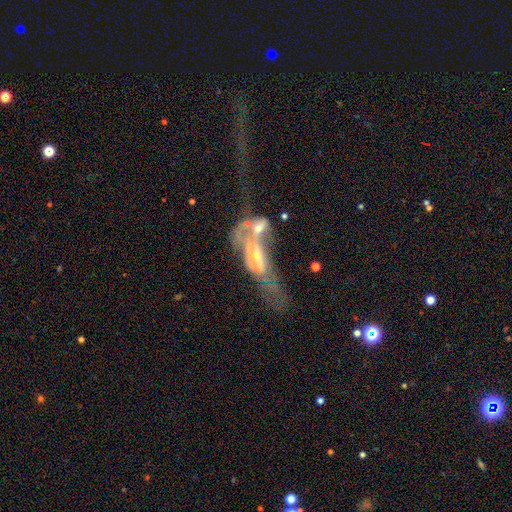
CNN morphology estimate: Smooth or featured? featured or disk (69%)
Edge-on disk? no (81%)
Bar? no (59%)
Spiral arms? yes (52%)
Bulge size? moderate (55%)
Merging? merger (66%)